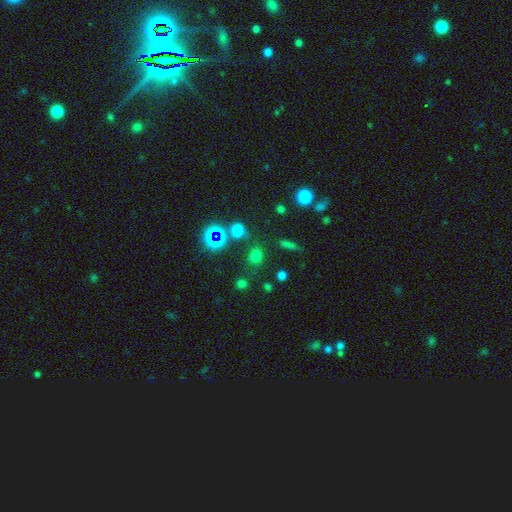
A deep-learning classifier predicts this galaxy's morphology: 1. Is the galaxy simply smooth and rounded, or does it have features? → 66% smooth, 27% star or artifact, 7% featured or disk.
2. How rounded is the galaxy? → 71% round, 27% in between, 2% cigar-shaped.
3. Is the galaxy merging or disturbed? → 75% none, 12% minor disturbance, 8% merger, 5% major disturbance.